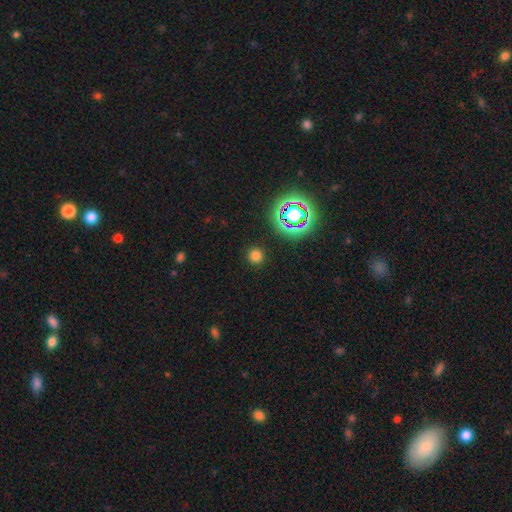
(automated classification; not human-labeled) A smooth galaxy with no disk features (71%) that is round (94%). Merging: none (91%).